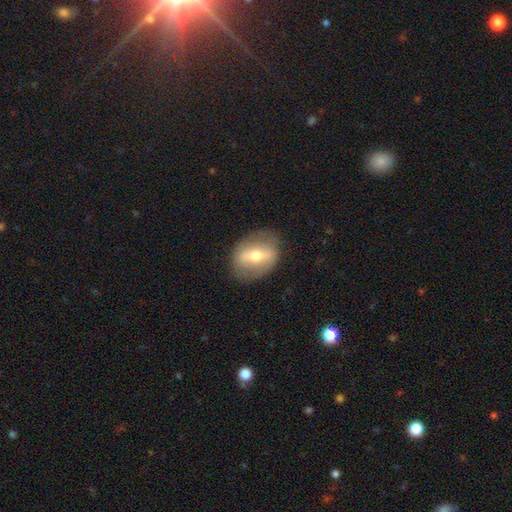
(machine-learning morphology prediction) Smooth or featured? Predicted: featured or disk (p=0.55). Edge-on disk? Predicted: no (p=0.84). Merging? Predicted: none (p=0.82).